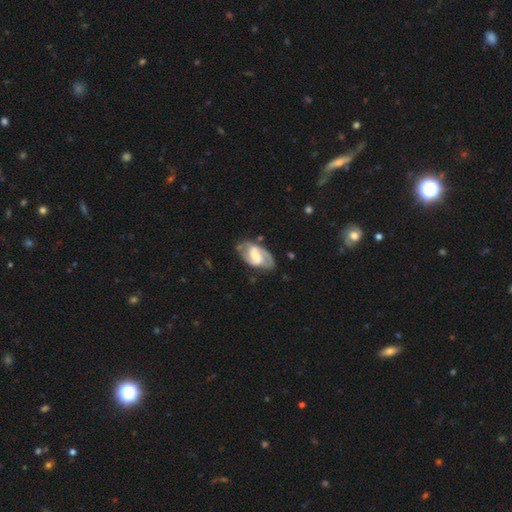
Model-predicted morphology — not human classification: smooth_or_featured: featured or disk (p=0.82) [alt: smooth p=0.13]
disk_edge_on: no (p=0.96) [alt: yes p=0.04]
bar: weak (p=0.50) [alt: strong p=0.26]
has_spiral_arms: yes (p=0.94) [alt: no p=0.06]
spiral_winding: medium (p=0.50) [alt: tight p=0.35]
spiral_arm_count: 2 (p=0.86) [alt: can't tell p=0.07]
bulge_size: moderate (p=0.45) [alt: small p=0.36]
merging: none (p=0.72) [alt: minor disturbance p=0.19]